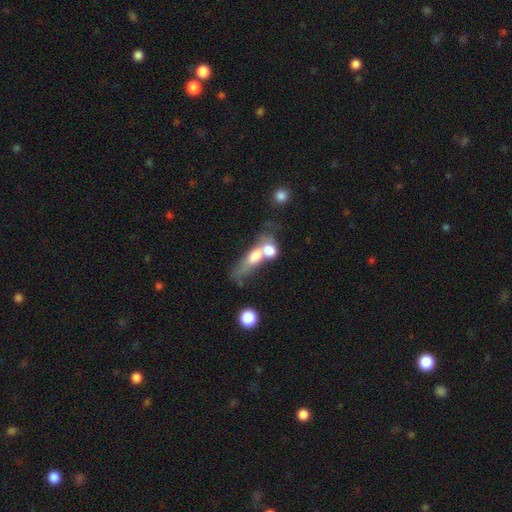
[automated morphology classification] Smooth or featured? smooth (60%)
How rounded? in between (56%)
Merging? merger (68%)